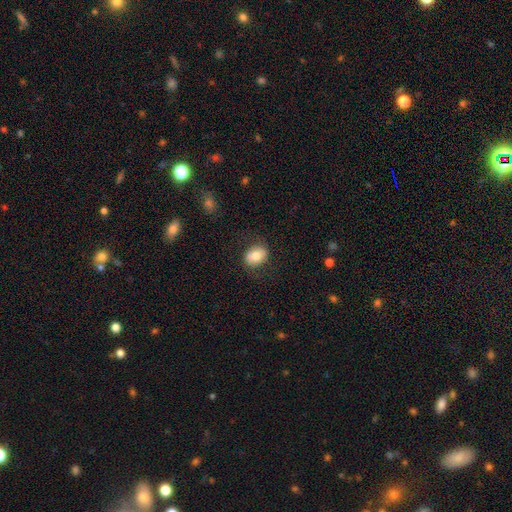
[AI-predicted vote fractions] Smooth or featured?
  - smooth: 73% *
  - featured or disk: 19%
  - star or artifact: 8%
How rounded?
  - in between: 59% *
  - round: 40%
  - cigar-shaped: 1%
Merging?
  - none: 77% *
  - minor disturbance: 15%
  - major disturbance: 5%
  - merger: 3%